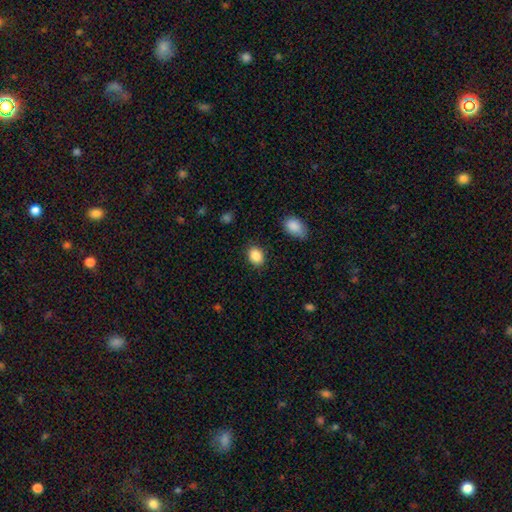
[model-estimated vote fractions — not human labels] Smooth or featured: smooth — 87% (star or artifact — 8%)
How rounded: in between — 65% (round — 34%)
Merging: none — 85% (minor disturbance — 10%)